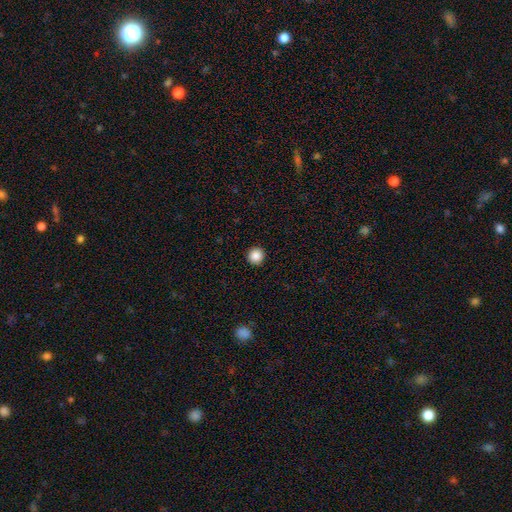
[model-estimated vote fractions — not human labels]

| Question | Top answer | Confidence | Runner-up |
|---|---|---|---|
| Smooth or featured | smooth | 88% | star or artifact (10%) |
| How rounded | round | 95% | in between (4%) |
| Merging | none | 93% | minor disturbance (4%) |